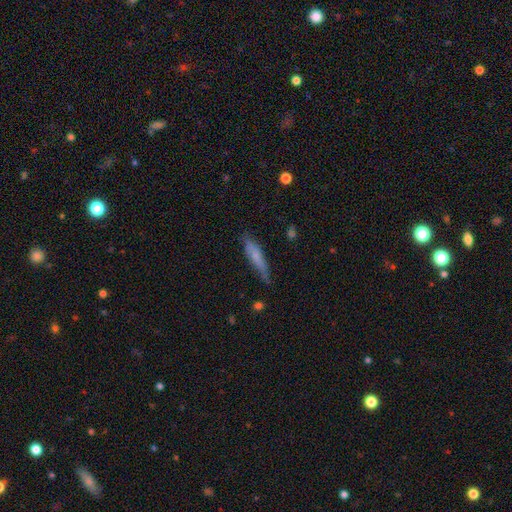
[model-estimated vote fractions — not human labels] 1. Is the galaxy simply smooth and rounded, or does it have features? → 63% smooth, 30% featured or disk, 7% star or artifact.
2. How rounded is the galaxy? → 83% cigar-shaped, 15% in between, 2% round.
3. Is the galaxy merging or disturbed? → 67% none, 25% minor disturbance, 6% major disturbance, 2% merger.